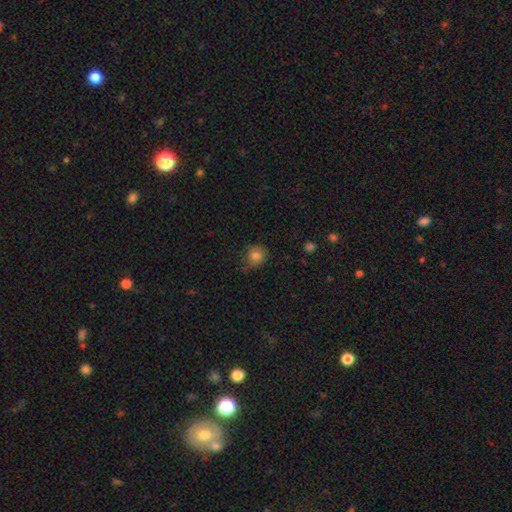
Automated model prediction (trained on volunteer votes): Morphology: type=smooth (77%); roundness=round (73%); merging=none (45%).